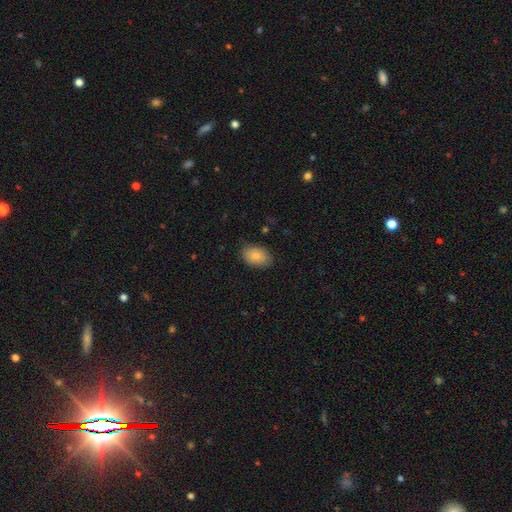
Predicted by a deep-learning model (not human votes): This is clearly a smooth galaxy (83%). How rounded: clearly in between (87%). Merging: likely none (79%).